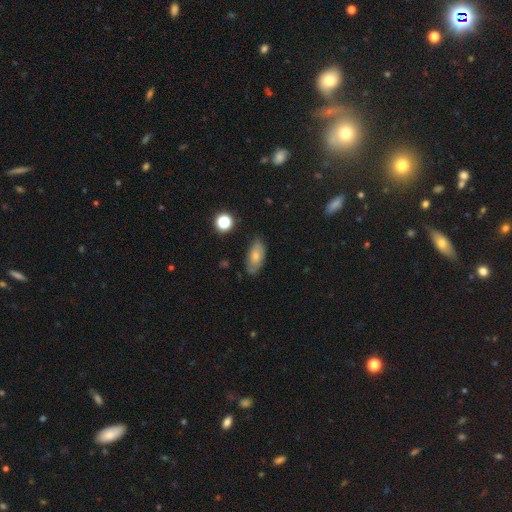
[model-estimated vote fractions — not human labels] smooth-or-featured: smooth: 68% | featured or disk: 24% | star or artifact: 9%
  how-rounded: in between: 90% | cigar-shaped: 6% | round: 5%
  merging: none: 74% | minor disturbance: 20% | major disturbance: 4% | merger: 2%